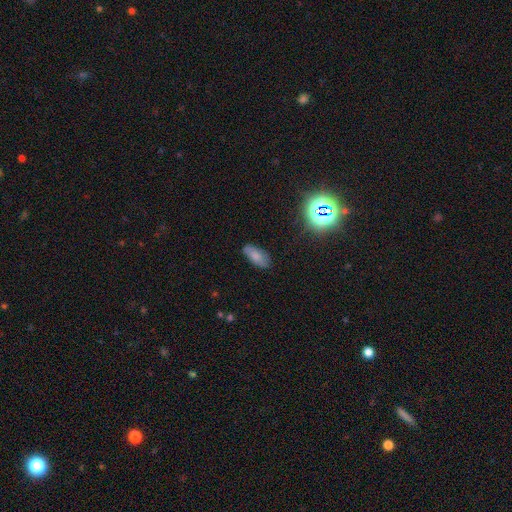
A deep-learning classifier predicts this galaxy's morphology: Overall: smooth (73%). How rounded: in between (87%). Merging: none (77%).